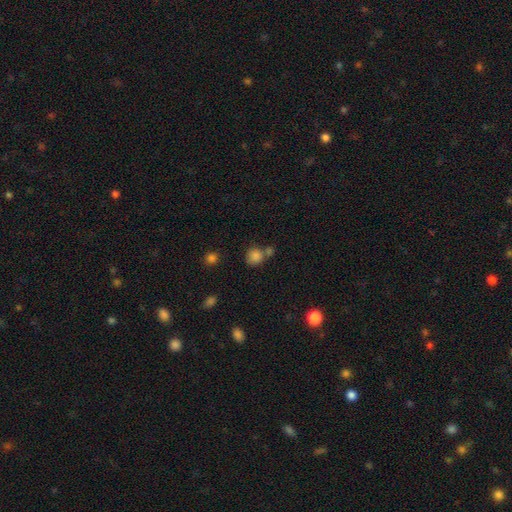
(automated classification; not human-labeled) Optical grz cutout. It shows a smooth galaxy with no disk features (83%) that is round (84%). Merging: none (54%).